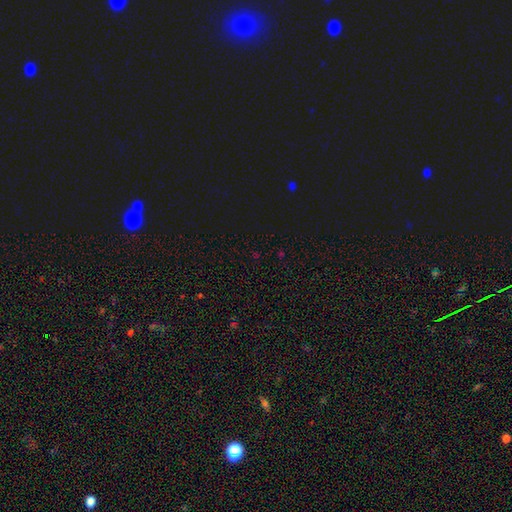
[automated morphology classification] Smooth or featured? star or artifact (69%)